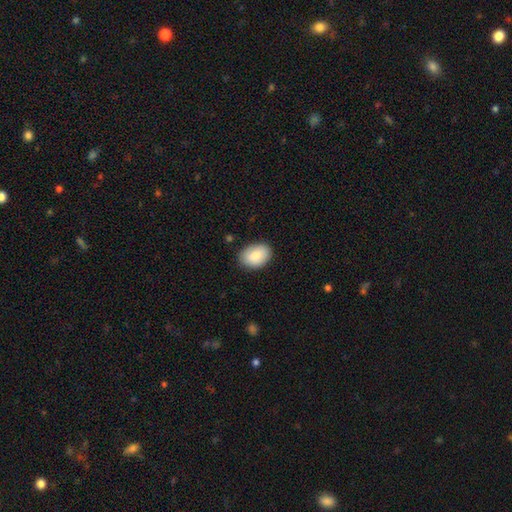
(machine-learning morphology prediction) smooth_or_featured: smooth (p=0.87) [alt: featured or disk p=0.06]
how_rounded: in between (p=0.83) [alt: round p=0.16]
merging: none (p=0.85) [alt: minor disturbance p=0.12]